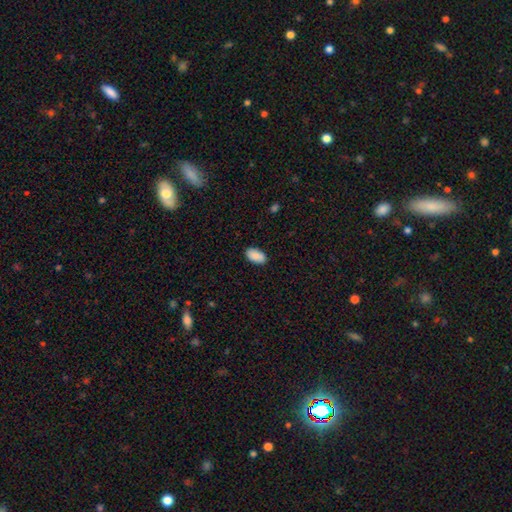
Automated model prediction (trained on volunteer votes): The model was most divided on "merging": none: 88%, minor disturbance: 9%, major disturbance: 2%, merger: 1%. More confident: how rounded — in between (95%); smooth or featured — smooth (90%).